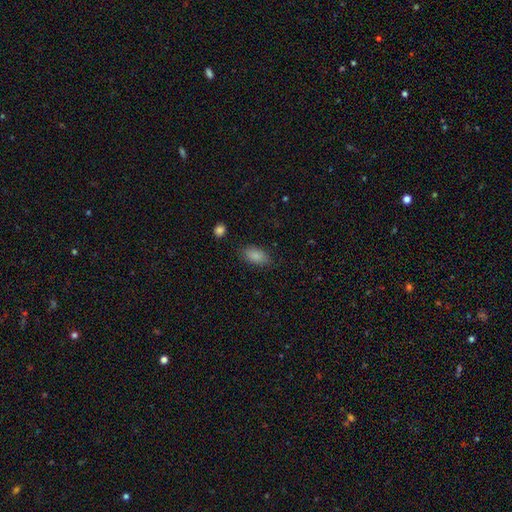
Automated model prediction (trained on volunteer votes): This appears to be a smooth galaxy with no disk features (87%) that is in between round and cigar-shaped (92%). Merging: none (81%).